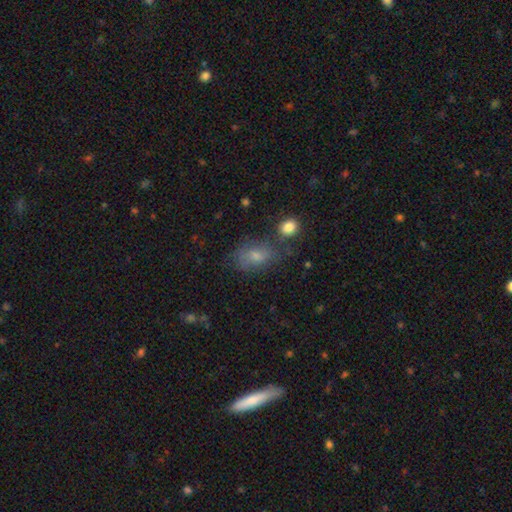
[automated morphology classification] smooth-or-featured: smooth: 67% | featured or disk: 20% | star or artifact: 13%
  how-rounded: in between: 80% | round: 18% | cigar-shaped: 2%
  merging: none: 49% | minor disturbance: 25% | major disturbance: 15% | merger: 10%